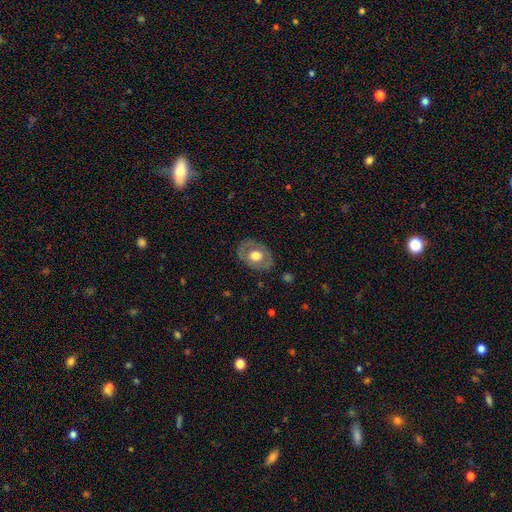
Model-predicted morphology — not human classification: Smooth or featured? Predicted: smooth (p=0.49). Merging? Predicted: none (p=0.79).